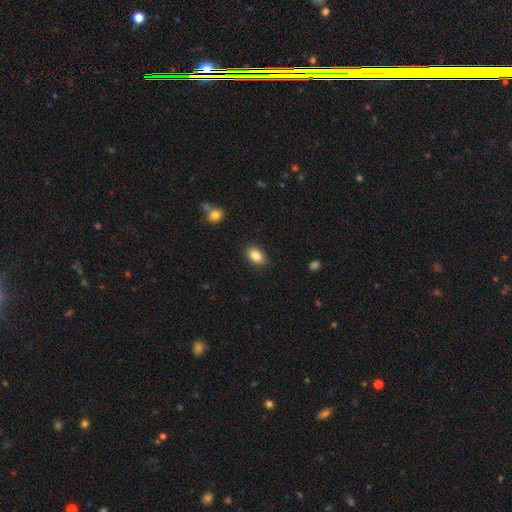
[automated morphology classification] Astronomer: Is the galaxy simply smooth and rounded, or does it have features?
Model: smooth — 85%.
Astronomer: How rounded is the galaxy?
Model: in between — 85%.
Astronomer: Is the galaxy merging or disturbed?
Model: none — 87%.